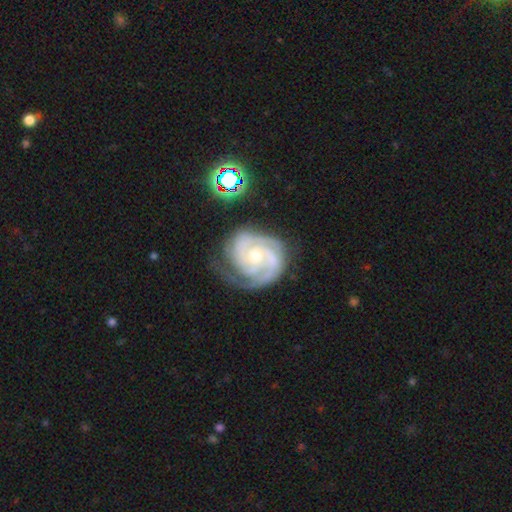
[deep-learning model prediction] Morphology: type=featured or disk (92%); edge-on=no (98%); bar=no (68%); spiral arms=yes (98%); winding=tight (67%); arm count=3 (39%); bulge=moderate (57%); merging=none (65%).